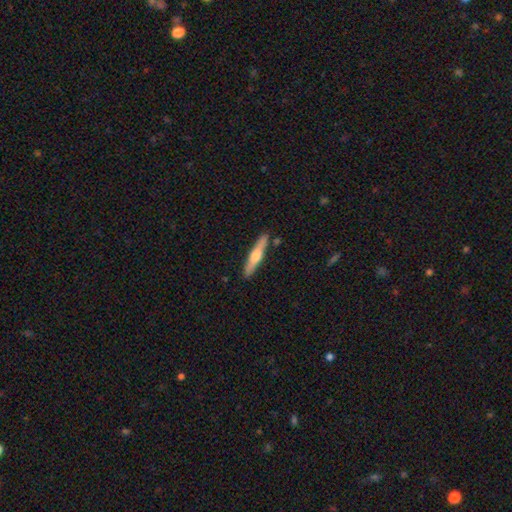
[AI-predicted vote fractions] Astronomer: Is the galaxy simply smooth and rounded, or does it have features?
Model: featured or disk — 51% (runner-up: smooth, 44%).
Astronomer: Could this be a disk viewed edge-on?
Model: yes — 95%.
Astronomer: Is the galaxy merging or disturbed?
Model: none — 88%.